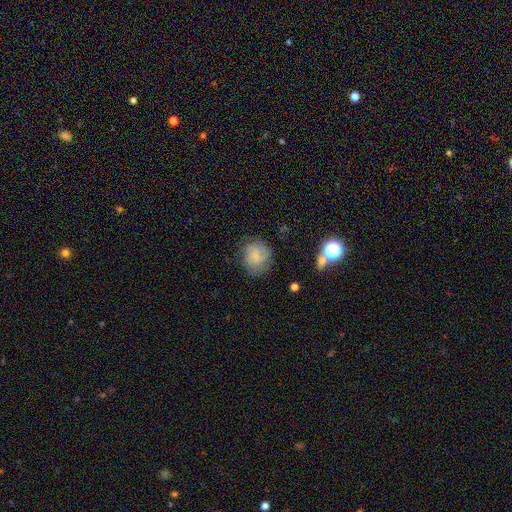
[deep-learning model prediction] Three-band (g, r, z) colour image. It shows a smooth galaxy with no disk features (61%) that is round (77%). Merging: none (66%).